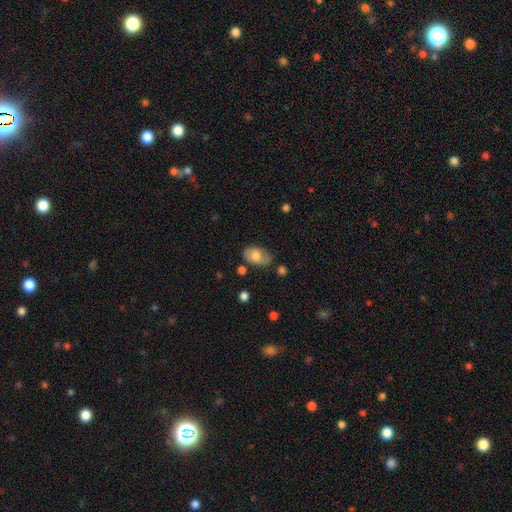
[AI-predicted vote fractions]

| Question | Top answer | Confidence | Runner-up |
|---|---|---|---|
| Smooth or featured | smooth | 67% | featured or disk (26%) |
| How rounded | in between | 90% | round (9%) |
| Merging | none | 65% | minor disturbance (24%) |